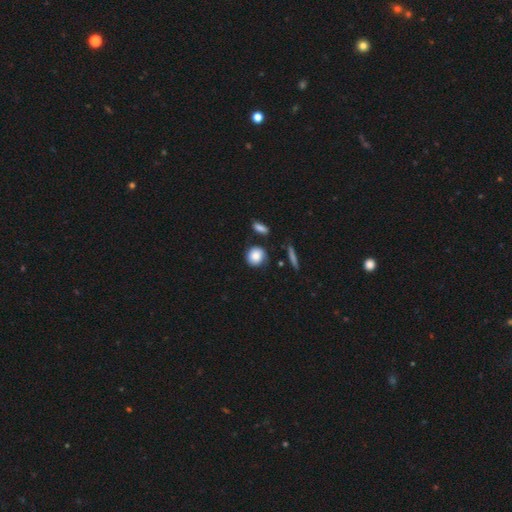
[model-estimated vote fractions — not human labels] Morphology: type=smooth (83%); roundness=round (82%); merging=none (76%).